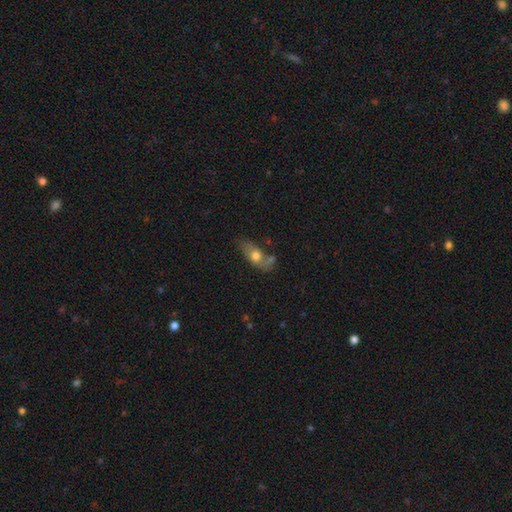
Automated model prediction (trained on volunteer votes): Smooth or featured? smooth (59%)
How rounded? in between (79%)
Merging? none (44%)